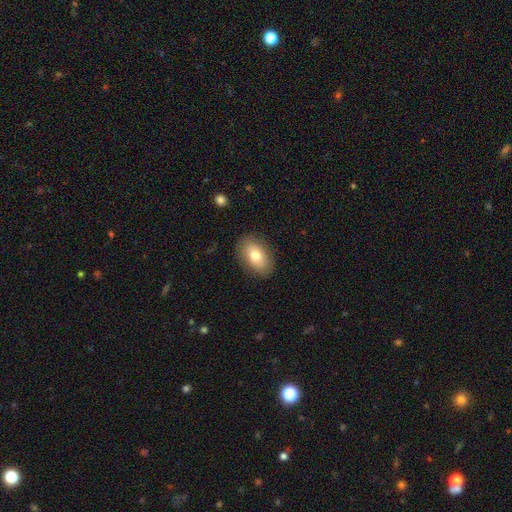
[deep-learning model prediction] Smooth or featured? Predicted: smooth (p=0.78). How rounded? Predicted: in between (p=0.90). Merging? Predicted: none (p=0.86).